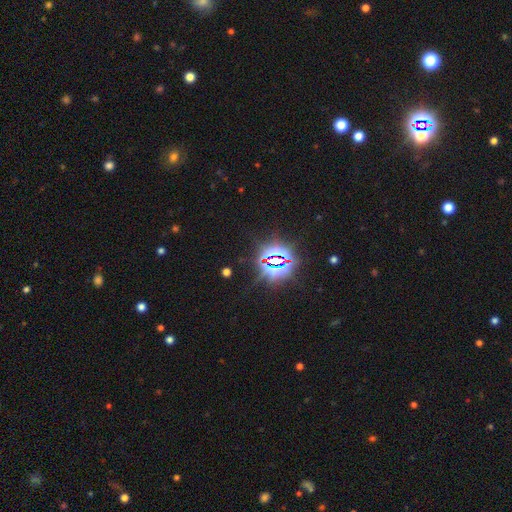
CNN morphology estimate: Smooth or featured? Predicted: star or artifact (p=0.83).